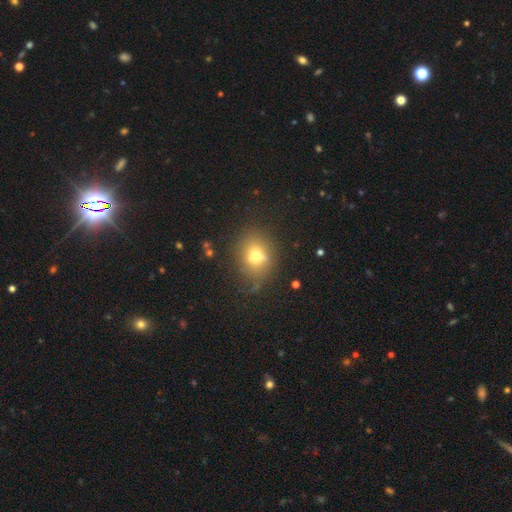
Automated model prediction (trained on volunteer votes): Smooth or featured? Predicted: smooth (p=0.66). How rounded? Predicted: round (p=0.53). Merging? Predicted: none (p=0.66).